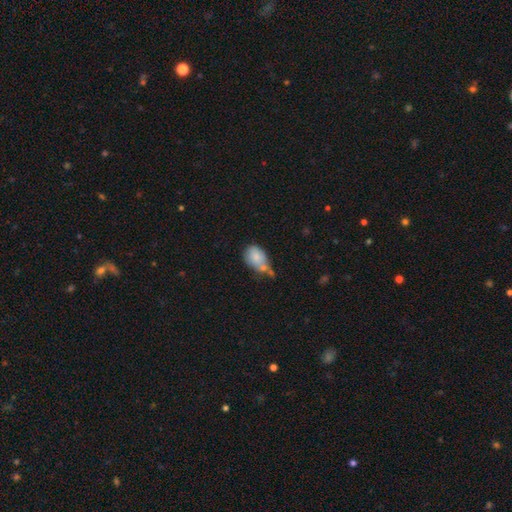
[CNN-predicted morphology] smooth_or_featured: smooth (p=0.77) [alt: featured or disk p=0.15]
how_rounded: in between (p=0.78) [alt: round p=0.21]
merging: merger (p=0.30) [alt: minor disturbance p=0.29]